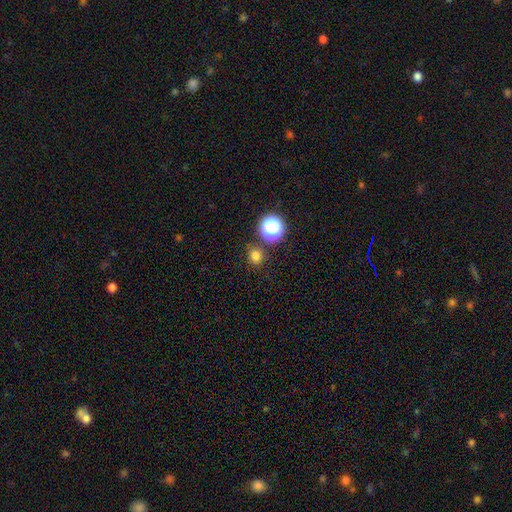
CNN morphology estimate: Smooth or featured? smooth (76%)
How rounded? round (85%)
Merging? none (81%)